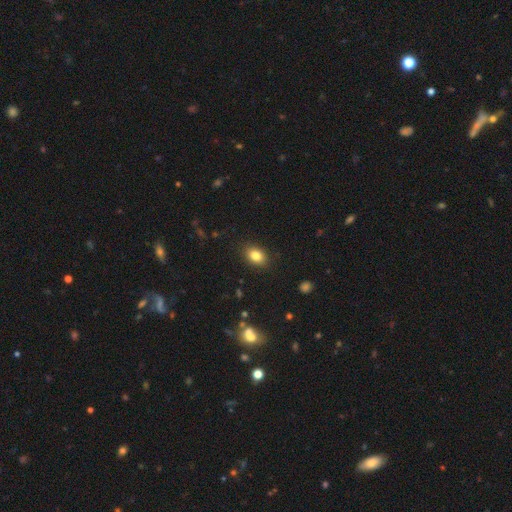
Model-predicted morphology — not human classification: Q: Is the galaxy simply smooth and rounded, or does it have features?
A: smooth — 83%.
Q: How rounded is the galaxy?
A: in between — 73%.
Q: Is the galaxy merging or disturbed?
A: none — 88%.